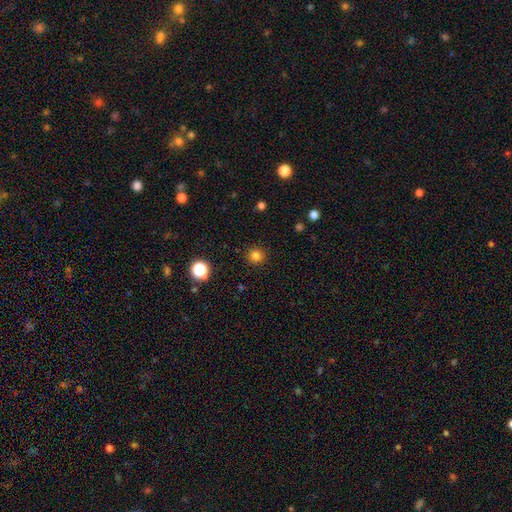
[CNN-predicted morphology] The model was most divided on "smooth or featured": smooth: 81%, star or artifact: 14%, featured or disk: 5%. More confident: how rounded — round (94%); merging — none (92%).